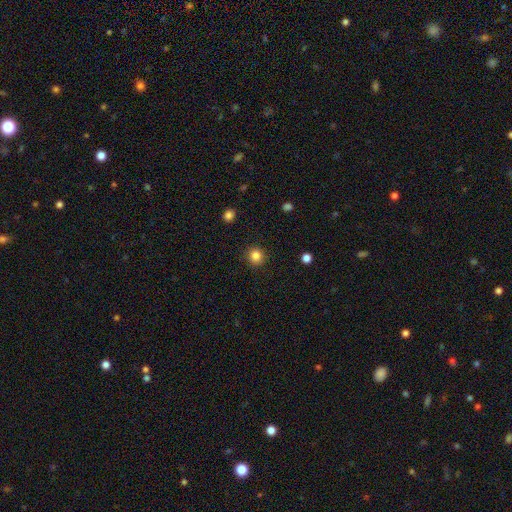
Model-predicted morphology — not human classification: The model was most divided on "smooth or featured": smooth: 85%, star or artifact: 11%, featured or disk: 4%. More confident: how rounded — round (91%); merging — none (91%).